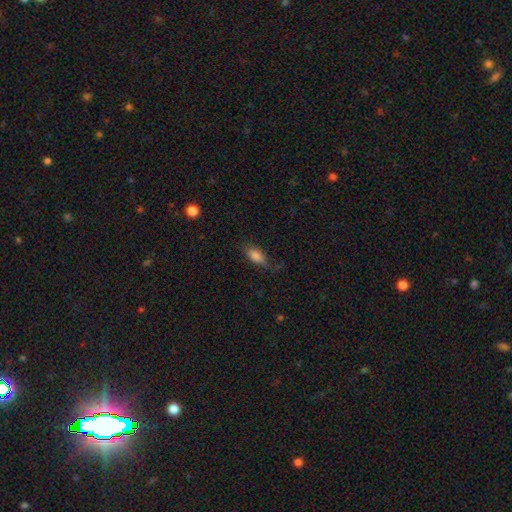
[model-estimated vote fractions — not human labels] A smooth galaxy with no disk features (81%) that is in between round and cigar-shaped (87%).

Vote fractions:
- Smooth or featured? smooth: 81% / featured or disk: 10% / star or artifact: 8%
- How rounded? in between: 87% / cigar-shaped: 9% / round: 4%
- Merging? none: 62% / minor disturbance: 25% / major disturbance: 11% / merger: 2%